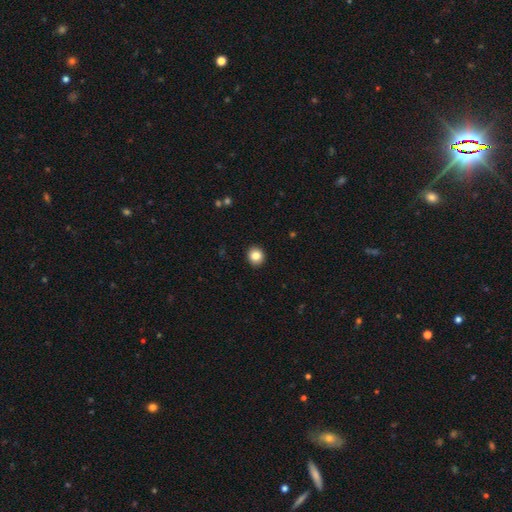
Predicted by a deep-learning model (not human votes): Smooth or featured: smooth — 84% (star or artifact — 10%)
How rounded: round — 87% (in between — 12%)
Merging: none — 93% (minor disturbance — 5%)